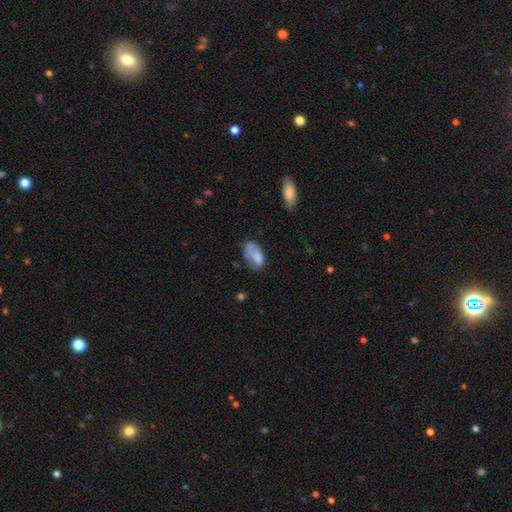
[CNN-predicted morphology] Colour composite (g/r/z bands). It shows a smooth galaxy with no disk features (65%) that is in between round and cigar-shaped (91%). Merging: none (37%).